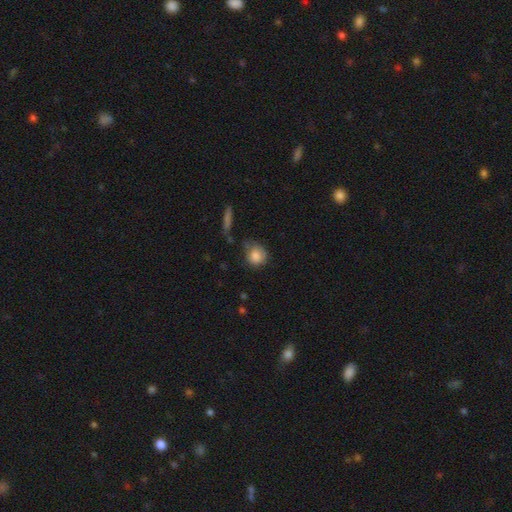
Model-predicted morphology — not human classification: smooth_or_featured: smooth (p=0.81) [alt: featured or disk p=0.11]
how_rounded: round (p=0.79) [alt: in between p=0.20]
merging: none (p=0.56) [alt: minor disturbance p=0.29]